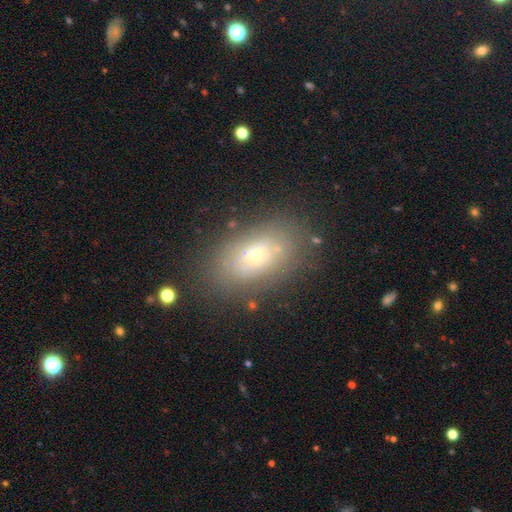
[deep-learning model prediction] Smooth or featured? smooth (55%)
How rounded? in between (84%)
Merging? none (77%)